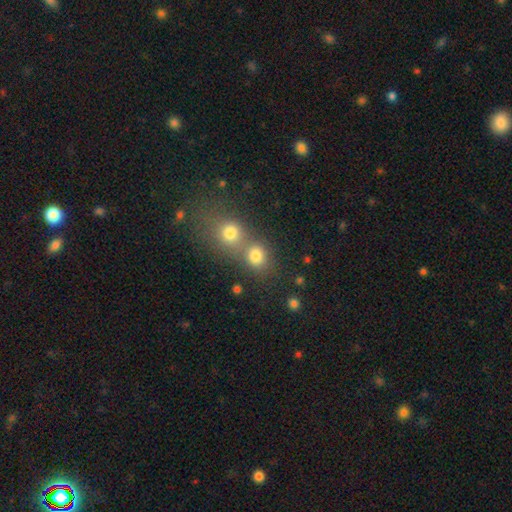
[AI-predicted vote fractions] Smooth or featured? Predicted: smooth (p=0.78). How rounded? Predicted: round (p=0.73). Merging? Predicted: merger (p=0.45).